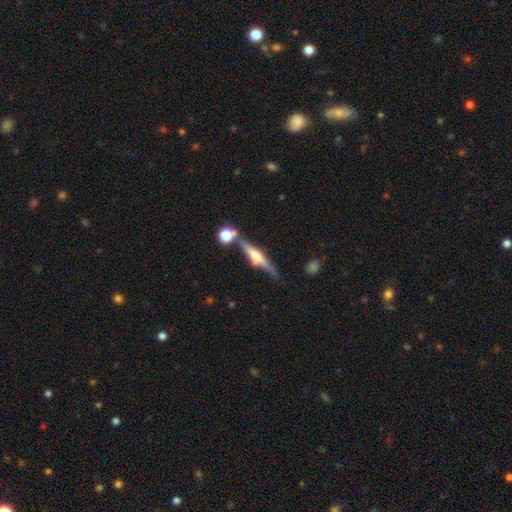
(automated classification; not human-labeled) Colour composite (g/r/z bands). It shows a featured or disk galaxy (73%) viewed edge-on (96%) with a rounded central bulge (82%). Merging: none (71%).